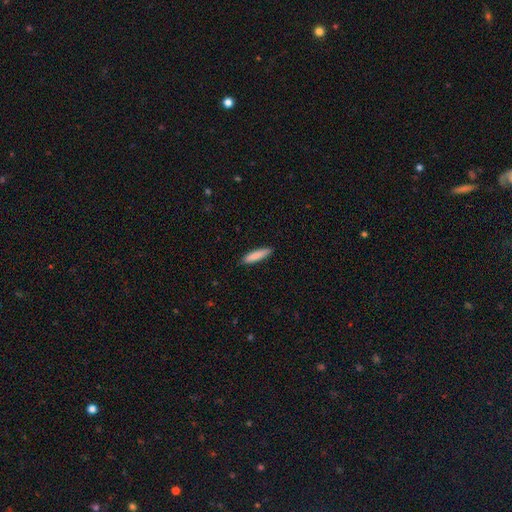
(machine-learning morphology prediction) A smooth galaxy with no disk features (87%) that is cigar-shaped (79%).

Vote fractions:
- Smooth or featured? smooth: 87% / featured or disk: 8% / star or artifact: 6%
- How rounded? cigar-shaped: 79% / in between: 20% / round: 1%
- Merging? none: 89% / minor disturbance: 9% / major disturbance: 2% / merger: 1%